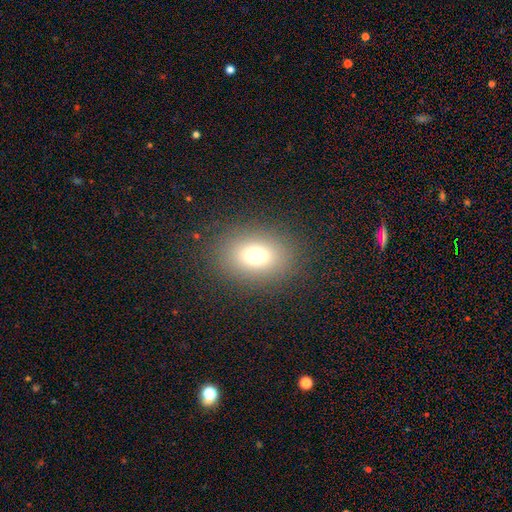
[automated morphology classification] Q: Smooth or featured?
A: smooth (73%); runner-up: star or artifact (15%)
Q: How rounded?
A: in between (67%); runner-up: round (32%)
Q: Merging?
A: none (86%); runner-up: minor disturbance (9%)